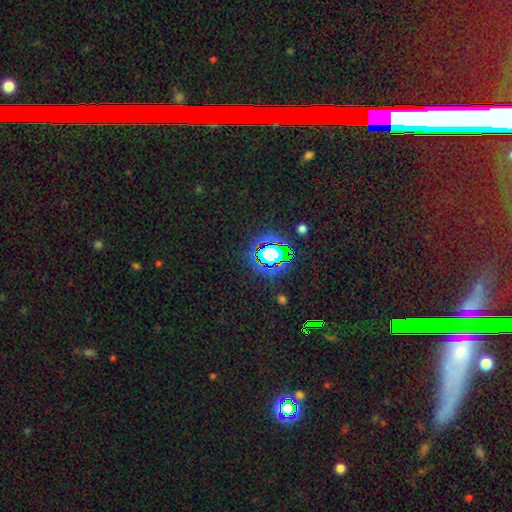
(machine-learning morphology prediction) type=star or artifact (79%).